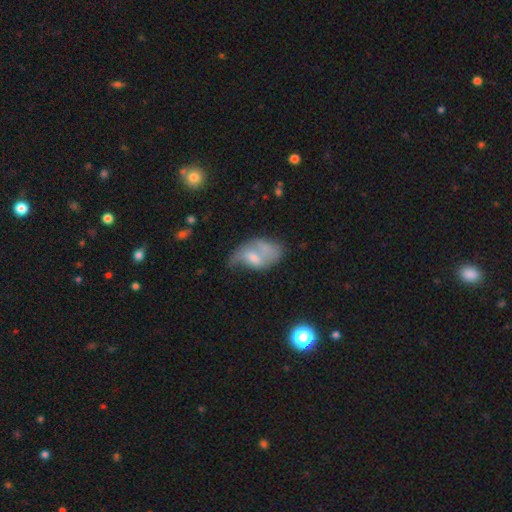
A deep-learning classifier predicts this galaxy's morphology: smooth_or_featured: featured or disk (p=0.49) [alt: smooth p=0.41]
merging: major disturbance (p=0.29) [alt: none p=0.25]